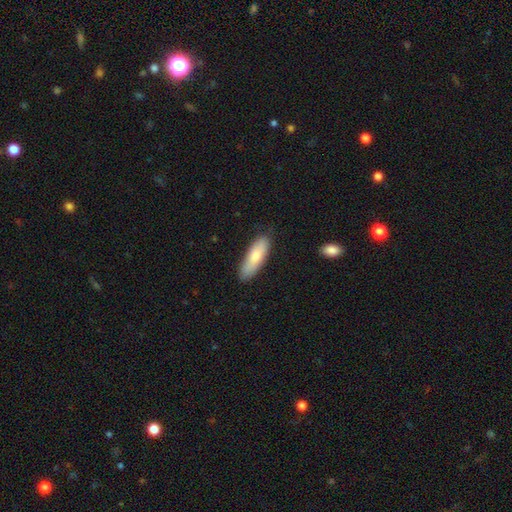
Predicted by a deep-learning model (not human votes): Q: Smooth or featured?
A: smooth (74%); runner-up: featured or disk (20%)
Q: How rounded?
A: in between (53%); runner-up: cigar-shaped (45%)
Q: Merging?
A: none (81%); runner-up: minor disturbance (15%)